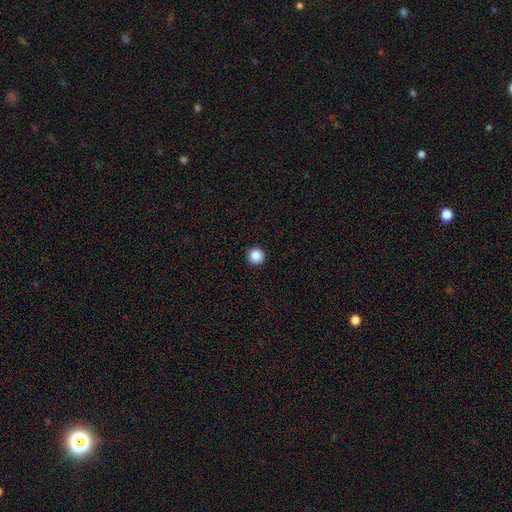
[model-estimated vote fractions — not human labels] This is clearly a smooth galaxy (87%). How rounded: clearly round (96%). Merging: clearly none (94%).